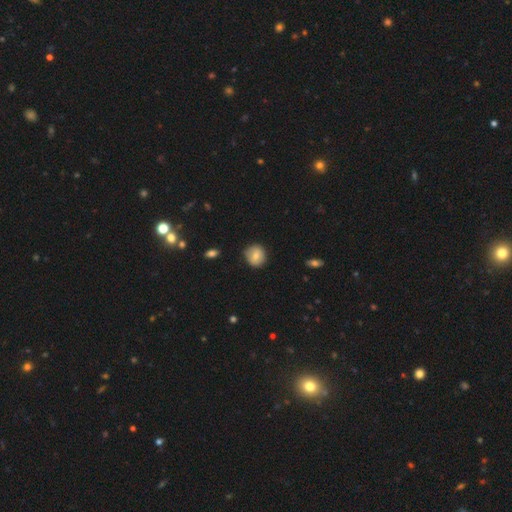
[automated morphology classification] Smooth or featured: smooth — 72% (featured or disk — 20%)
How rounded: round — 84% (in between — 15%)
Merging: none — 80% (minor disturbance — 15%)